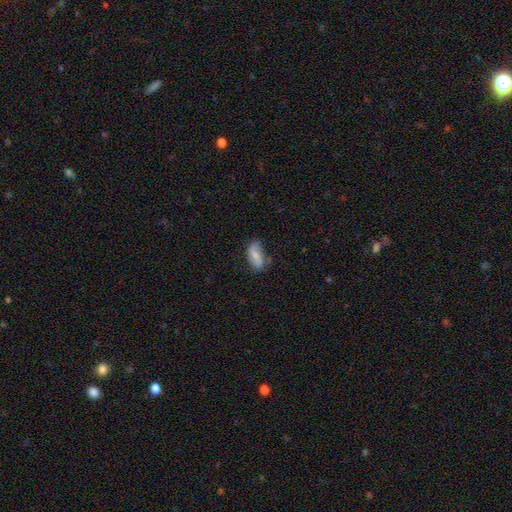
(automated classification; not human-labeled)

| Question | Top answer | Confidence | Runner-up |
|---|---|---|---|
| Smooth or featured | smooth | 58% | featured or disk (35%) |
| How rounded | in between | 90% | cigar-shaped (6%) |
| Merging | none | 60% | minor disturbance (29%) |